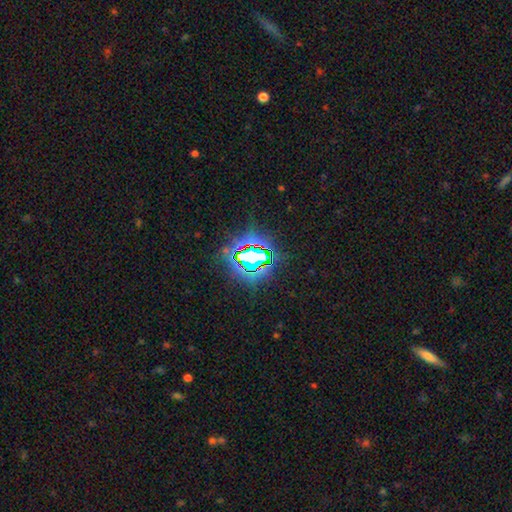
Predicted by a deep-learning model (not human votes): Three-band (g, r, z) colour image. It shows a star or artifact, not a galaxy (75%).